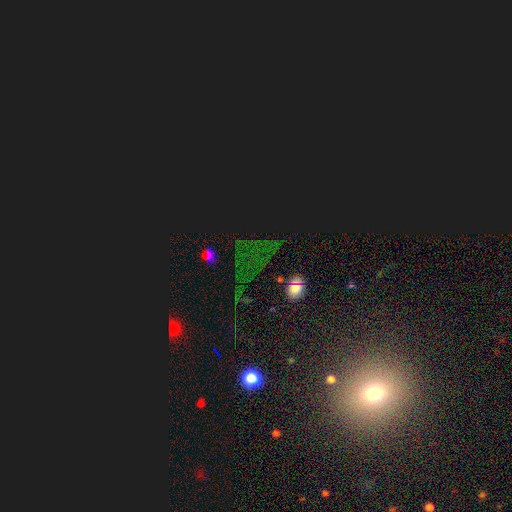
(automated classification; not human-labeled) This is likely a star or artifact rather than a galaxy (70%).